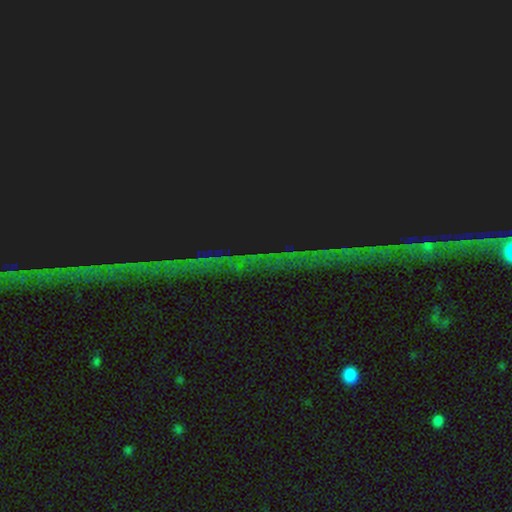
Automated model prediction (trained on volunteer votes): A star or artifact, not a galaxy (83%).